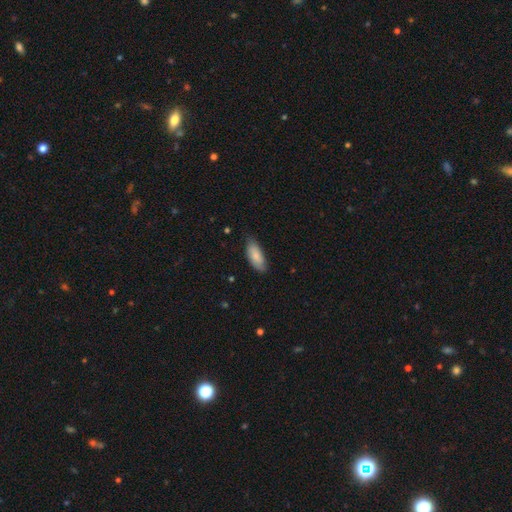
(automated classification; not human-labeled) A smooth galaxy with no disk features (84%) that is in between round and cigar-shaped (81%). Merging: none (78%).